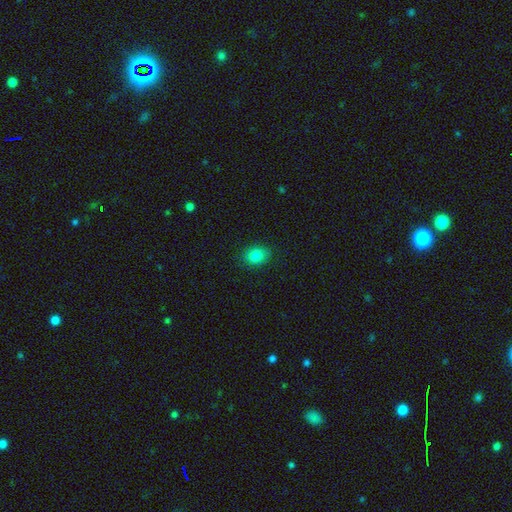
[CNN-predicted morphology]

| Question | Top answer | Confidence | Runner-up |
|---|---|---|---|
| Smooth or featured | smooth | 83% | star or artifact (11%) |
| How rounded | in between | 55% | round (44%) |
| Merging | none | 88% | minor disturbance (9%) |